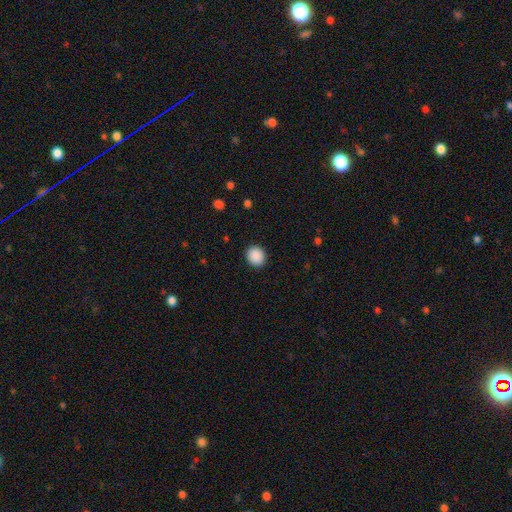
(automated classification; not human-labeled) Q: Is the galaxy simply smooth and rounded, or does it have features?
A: smooth — 90%.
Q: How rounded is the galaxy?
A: round — 79%.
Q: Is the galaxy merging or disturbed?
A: none — 91%.